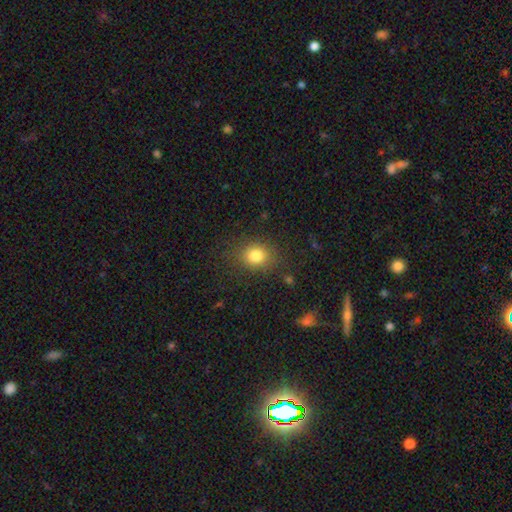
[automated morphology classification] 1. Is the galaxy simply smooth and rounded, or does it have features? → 81% smooth, 12% star or artifact, 6% featured or disk.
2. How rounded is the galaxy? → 64% round, 35% in between, 1% cigar-shaped.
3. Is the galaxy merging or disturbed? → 83% none, 11% minor disturbance, 5% major disturbance, 2% merger.